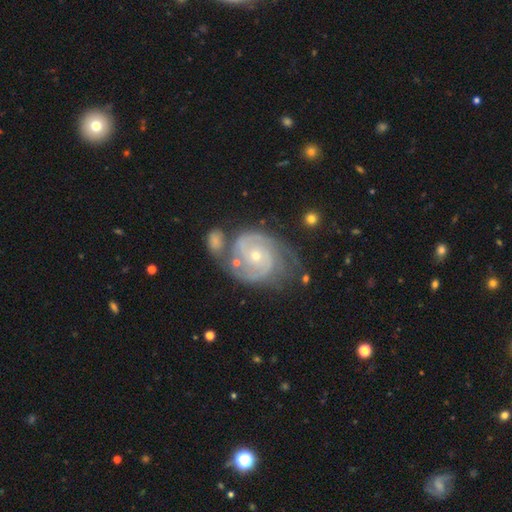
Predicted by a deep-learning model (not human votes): Smooth or featured: featured or disk — 90% (star or artifact — 5%)
Edge-on disk: no — 98% (yes — 2%)
Bar: no — 68% (weak — 25%)
Spiral arms: yes — 97% (no — 3%)
Spiral winding: tight — 55% (medium — 38%)
Spiral arm count: 2 — 68% (3 — 13%)
Bulge size: small — 64% (moderate — 33%)
Merging: none — 54% (minor disturbance — 21%)